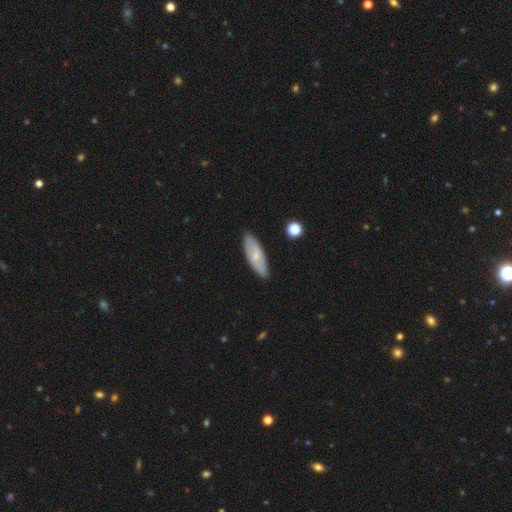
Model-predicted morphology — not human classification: A smooth galaxy with no disk features (57%) that is in between round and cigar-shaped (63%).

Vote fractions:
- Smooth or featured? smooth: 57% / featured or disk: 37% / star or artifact: 6%
- How rounded? in between: 63% / cigar-shaped: 34% / round: 2%
- Merging? none: 85% / minor disturbance: 12% / major disturbance: 2% / merger: 1%